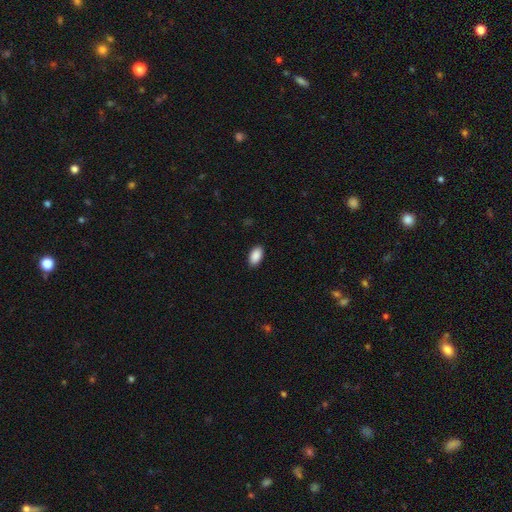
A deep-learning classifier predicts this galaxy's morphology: This appears to be a smooth galaxy with no disk features (91%) that is in between round and cigar-shaped (95%). Merging: none (89%).